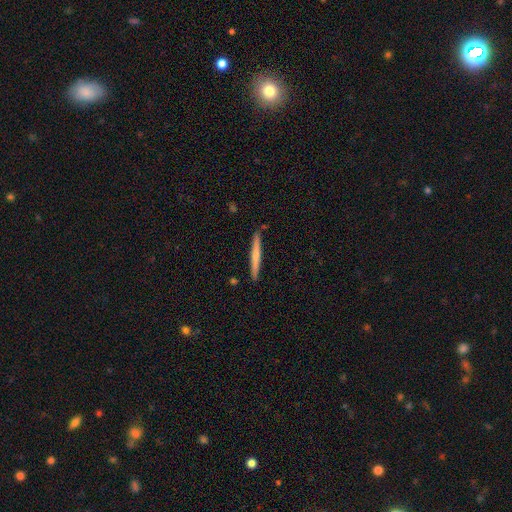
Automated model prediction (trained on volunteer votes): Smooth or featured: smooth — 57% (featured or disk — 38%)
How rounded: cigar-shaped — 96% (in between — 2%)
Merging: none — 90% (minor disturbance — 7%)